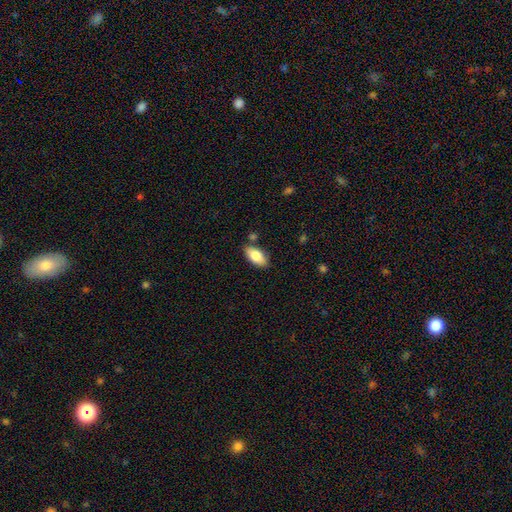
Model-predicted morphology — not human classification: The model was most divided on "smooth or featured": smooth: 81%, featured or disk: 13%, star or artifact: 7%. More confident: how rounded — in between (92%); merging — none (82%).